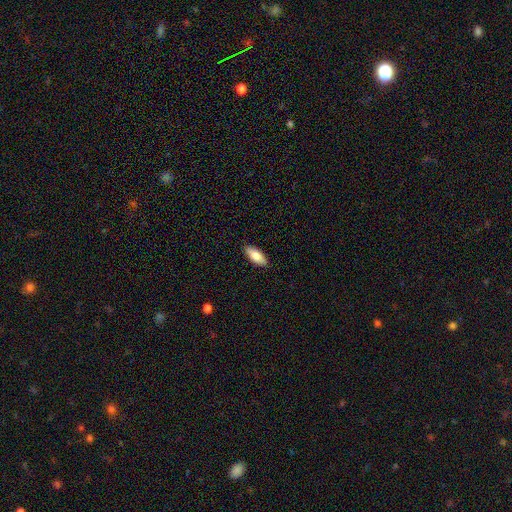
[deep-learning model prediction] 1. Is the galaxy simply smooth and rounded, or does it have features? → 82% smooth, 12% featured or disk, 6% star or artifact.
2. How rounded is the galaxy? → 81% in between, 18% cigar-shaped, 2% round.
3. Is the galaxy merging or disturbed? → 89% none, 8% minor disturbance, 2% major disturbance, 1% merger.